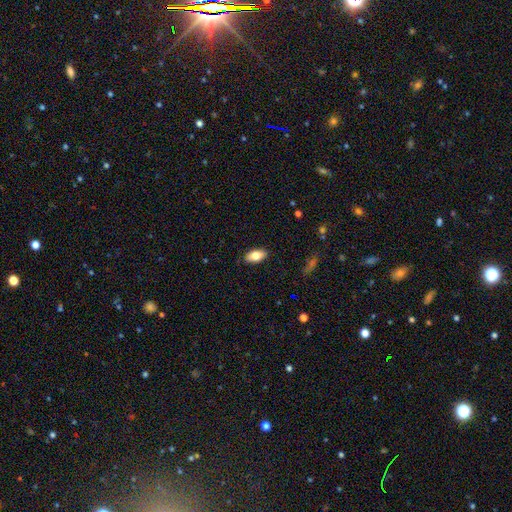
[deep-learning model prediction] smooth 79%, featured or disk 14%, star or artifact 7%. Down the decision tree: how rounded — in between (92%); merging — none (88%).